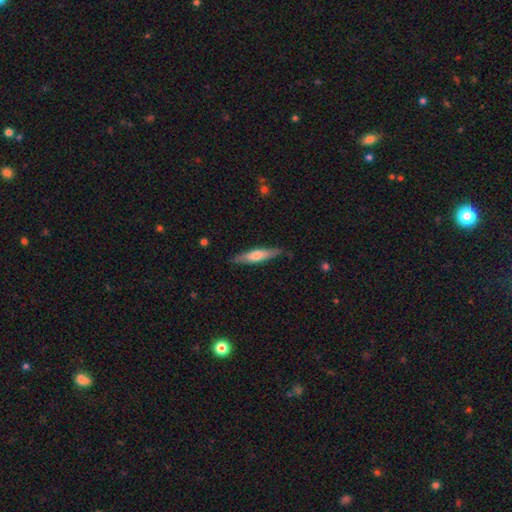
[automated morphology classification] smooth 50%, featured or disk 45%, star or artifact 6%. Down the decision tree: merging — none (87%).